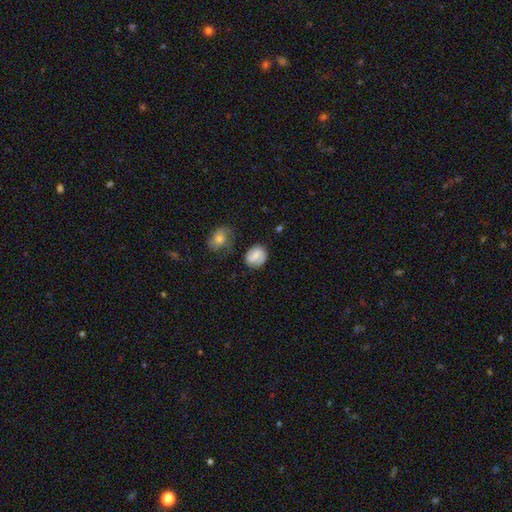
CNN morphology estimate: A smooth galaxy with no disk features (60%) that is round (58%). Merging: none (70%).